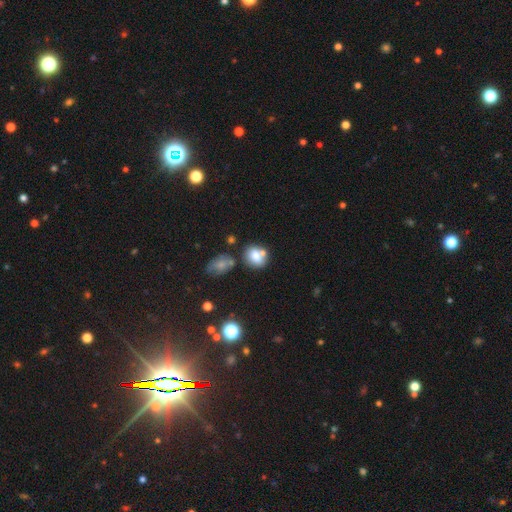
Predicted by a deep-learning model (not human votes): A smooth galaxy with no disk features (73%) that is round (59%). Merging: none (52%).